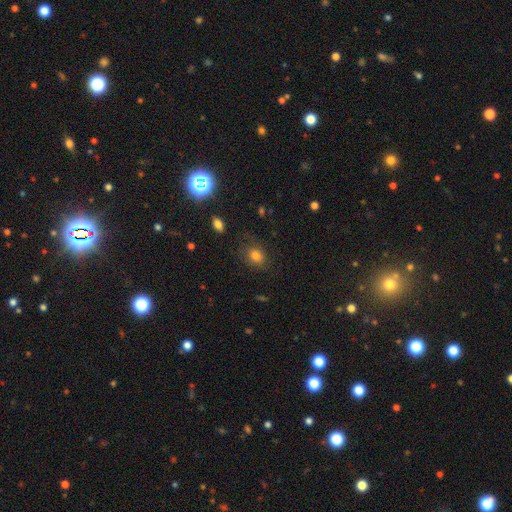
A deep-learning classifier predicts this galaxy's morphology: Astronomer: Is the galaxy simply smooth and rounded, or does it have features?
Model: smooth — 74%.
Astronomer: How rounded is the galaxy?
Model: round — 51% (runner-up: in between, 48%).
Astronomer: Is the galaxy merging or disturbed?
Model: none — 67%.